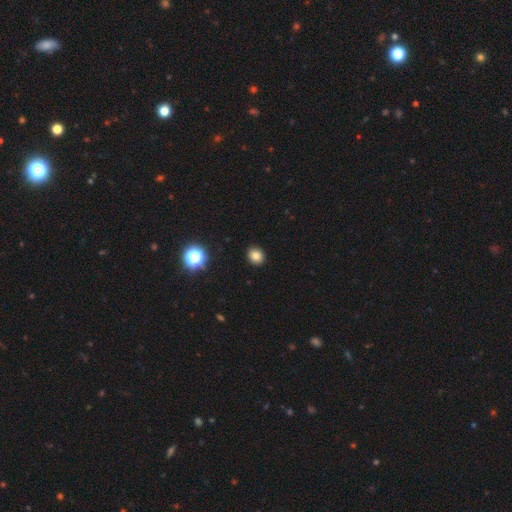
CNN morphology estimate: A smooth galaxy with no disk features (81%) that is round (70%).

Vote fractions:
- Smooth or featured? smooth: 81% / star or artifact: 13% / featured or disk: 6%
- How rounded? round: 70% / in between: 29% / cigar-shaped: 1%
- Merging? none: 92% / minor disturbance: 6% / major disturbance: 2% / merger: 1%